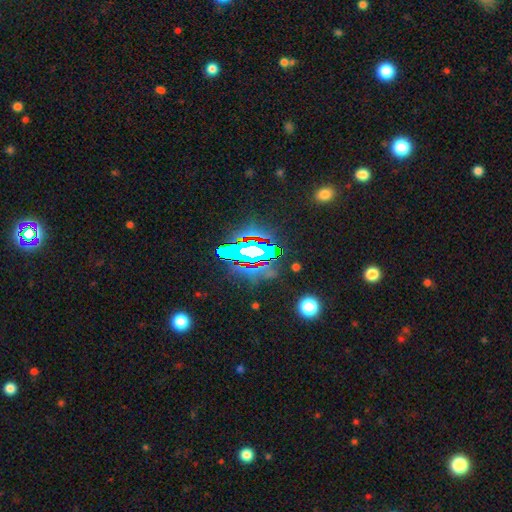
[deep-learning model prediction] Smooth or featured?
  - star or artifact: 66% *
  - featured or disk: 18%
  - smooth: 16%